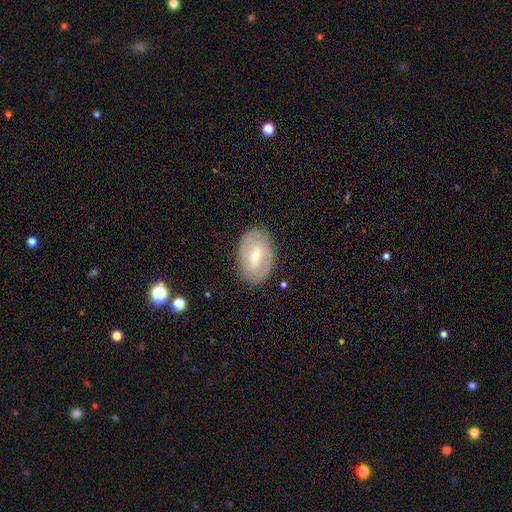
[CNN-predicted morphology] Smooth or featured? featured or disk (66%)
Edge-on disk? no (94%)
Bar? weak (50%)
Spiral arms? yes (67%)
Bulge size? small (54%)
Merging? none (85%)